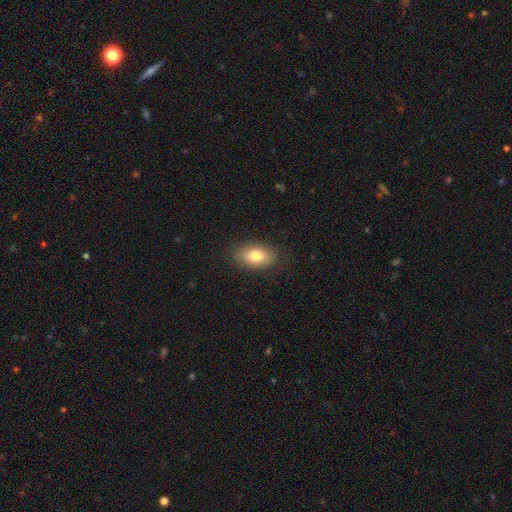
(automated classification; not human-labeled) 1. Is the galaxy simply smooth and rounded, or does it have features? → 78% smooth, 14% featured or disk, 8% star or artifact.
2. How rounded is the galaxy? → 89% in between, 9% round, 2% cigar-shaped.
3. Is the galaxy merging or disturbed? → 85% none, 11% minor disturbance, 3% major disturbance, 1% merger.